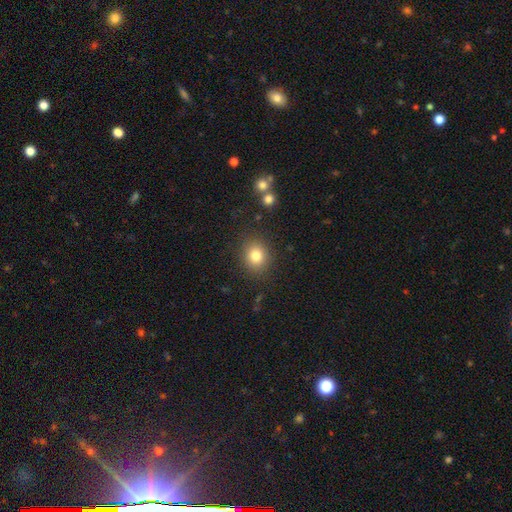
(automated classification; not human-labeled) The model was most divided on "how rounded": round: 73%, in between: 26%, cigar-shaped: 1%. More confident: merging — none (86%); smooth or featured — smooth (81%).